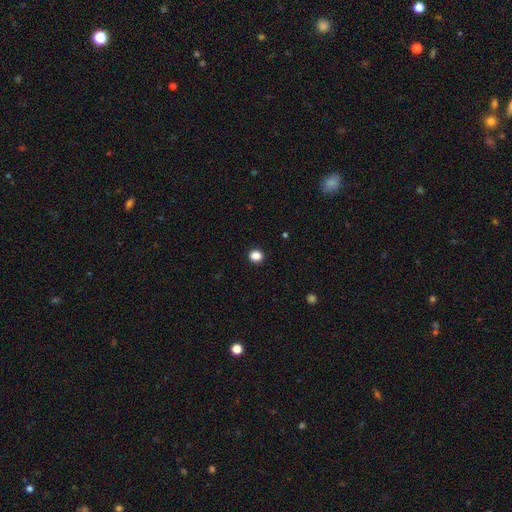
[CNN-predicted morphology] smooth 86%, star or artifact 11%, featured or disk 3%. Down the decision tree: how rounded — round (78%); merging — none (92%).